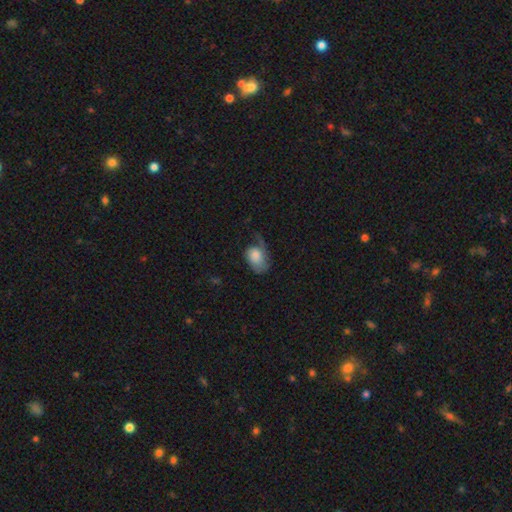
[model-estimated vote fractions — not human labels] smooth 65%, featured or disk 27%, star or artifact 8%. Down the decision tree: how rounded — in between (79%); merging — major disturbance (38%).